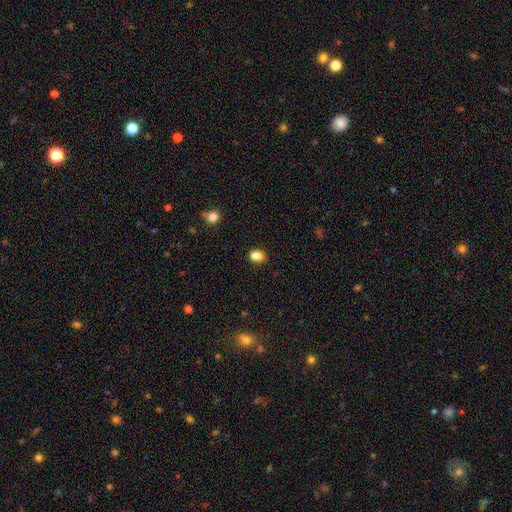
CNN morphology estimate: This is clearly a smooth galaxy (81%). How rounded: possibly in between (58%). Merging: likely none (67%).